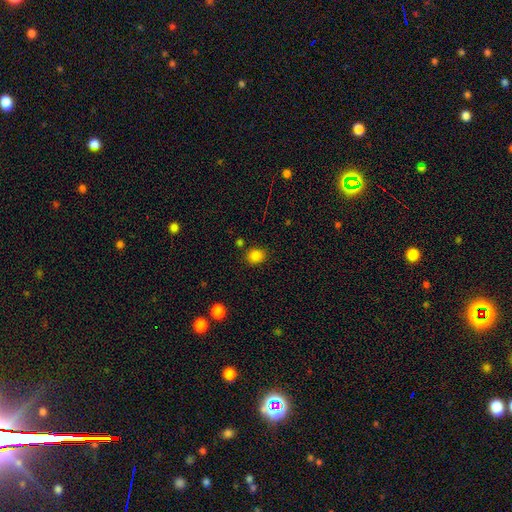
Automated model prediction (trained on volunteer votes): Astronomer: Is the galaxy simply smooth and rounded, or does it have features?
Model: smooth — 82%.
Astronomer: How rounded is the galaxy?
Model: round — 64%.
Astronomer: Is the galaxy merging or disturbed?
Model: none — 83%.